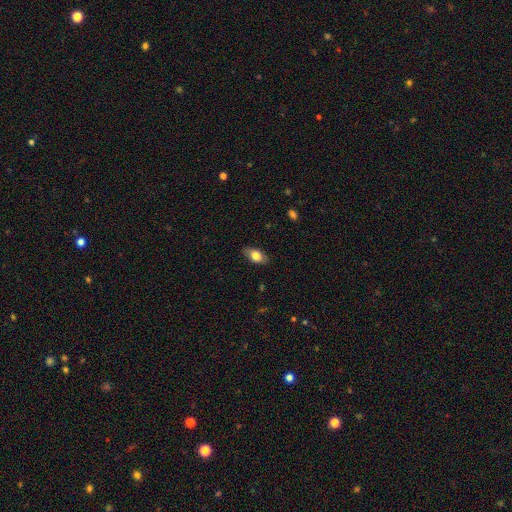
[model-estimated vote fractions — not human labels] Smooth or featured? smooth (78%)
How rounded? in between (89%)
Merging? none (84%)